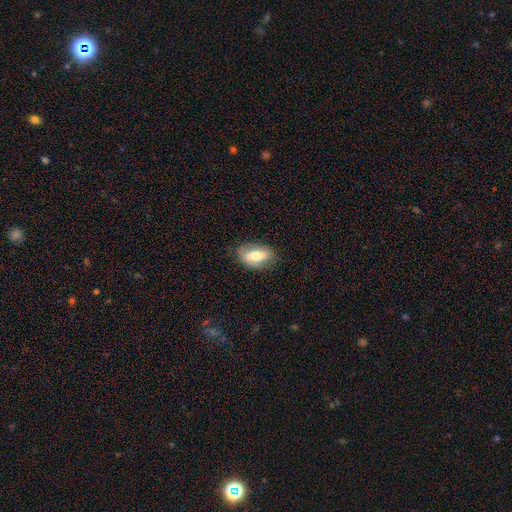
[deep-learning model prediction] A smooth galaxy with no disk features (59%) that is in between round and cigar-shaped (87%).

Vote fractions:
- Smooth or featured? smooth: 59% / featured or disk: 34% / star or artifact: 7%
- How rounded? in between: 87% / round: 7% / cigar-shaped: 6%
- Merging? none: 78% / minor disturbance: 17% / major disturbance: 5% / merger: 1%